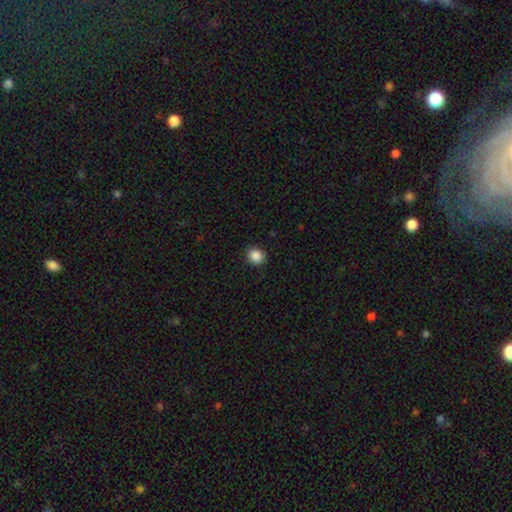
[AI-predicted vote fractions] A smooth galaxy with no disk features (87%) that is round (82%).

Vote fractions:
- Smooth or featured? smooth: 87% / star or artifact: 10% / featured or disk: 3%
- How rounded? round: 82% / in between: 17% / cigar-shaped: 1%
- Merging? none: 90% / minor disturbance: 7% / major disturbance: 2% / merger: 1%